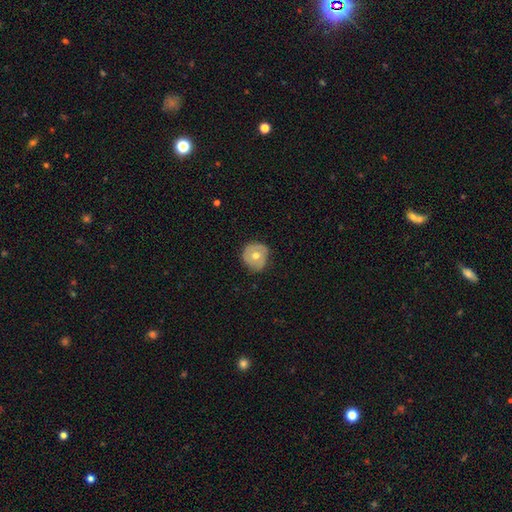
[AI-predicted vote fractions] smooth_or_featured: smooth (p=0.50) [alt: featured or disk p=0.42]
how_rounded: round (p=0.89) [alt: in between p=0.10]
merging: none (p=0.75) [alt: minor disturbance p=0.20]